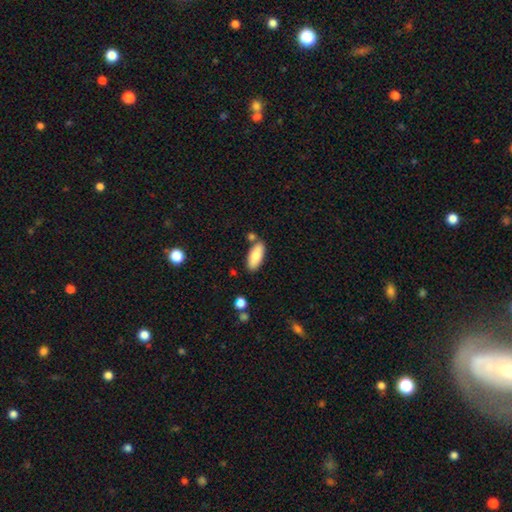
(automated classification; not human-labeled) Smooth or featured: smooth — 82% (featured or disk — 11%)
How rounded: in between — 82% (cigar-shaped — 16%)
Merging: none — 77% (minor disturbance — 12%)